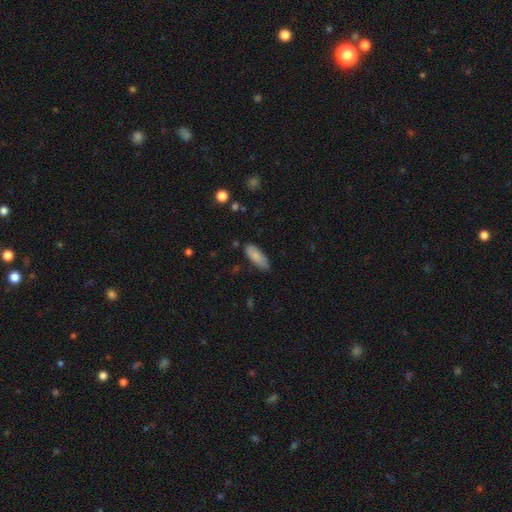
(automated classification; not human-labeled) This is clearly a smooth galaxy (82%). How rounded: likely in between (75%). Merging: likely none (76%).